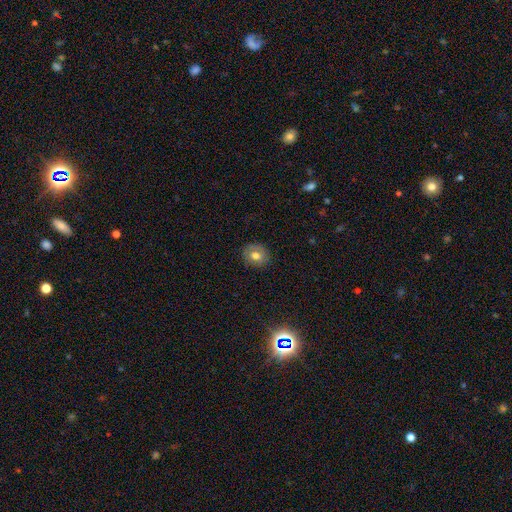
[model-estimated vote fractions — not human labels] Smooth or featured?
  - smooth: 71% *
  - featured or disk: 18%
  - star or artifact: 11%
How rounded?
  - round: 75% *
  - in between: 24%
  - cigar-shaped: 1%
Merging?
  - none: 85% *
  - minor disturbance: 11%
  - major disturbance: 3%
  - merger: 1%